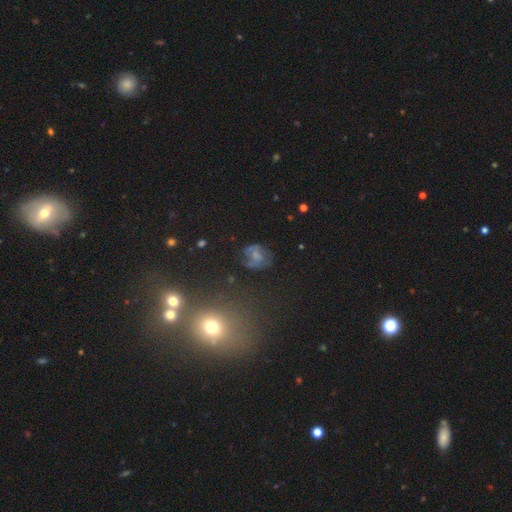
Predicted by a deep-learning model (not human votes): This is possibly a featured or disk galaxy (46%). Merging: possibly none (51%).